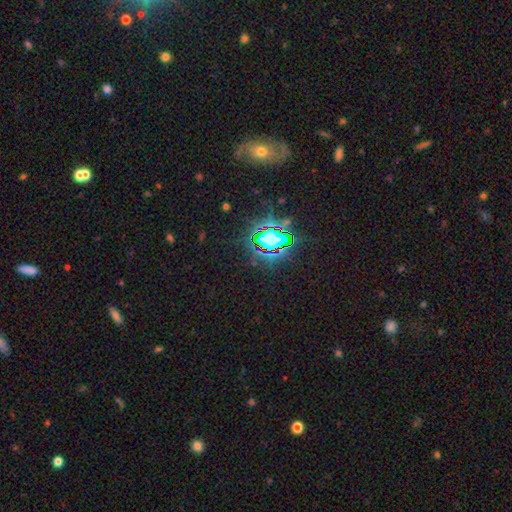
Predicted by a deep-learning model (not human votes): This is likely a star or artifact rather than a galaxy (70%).